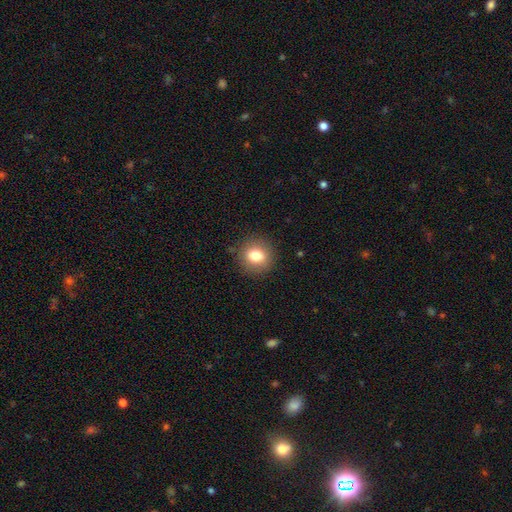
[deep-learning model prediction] Smooth or featured: smooth — 80% (star or artifact — 10%)
How rounded: round — 81% (in between — 18%)
Merging: none — 88% (minor disturbance — 8%)